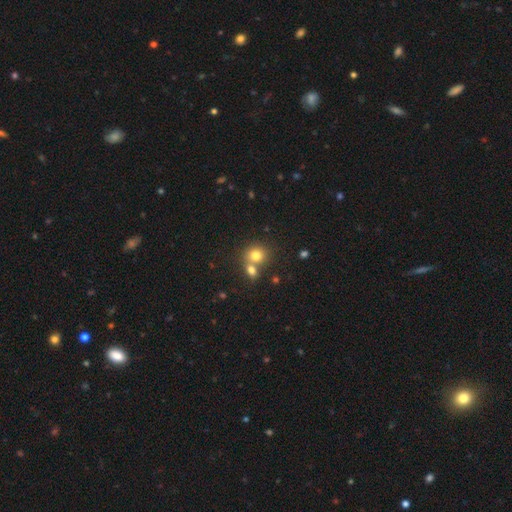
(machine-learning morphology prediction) Smooth or featured? smooth (77%)
How rounded? round (77%)
Merging? merger (47%)